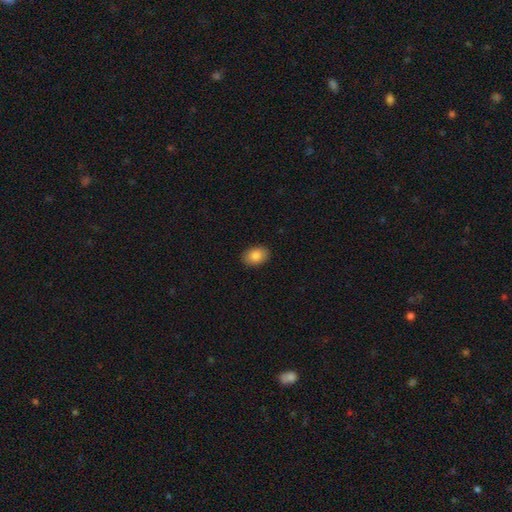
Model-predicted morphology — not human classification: A smooth galaxy with no disk features (87%) that is in between round and cigar-shaped (85%). Merging: none (90%).